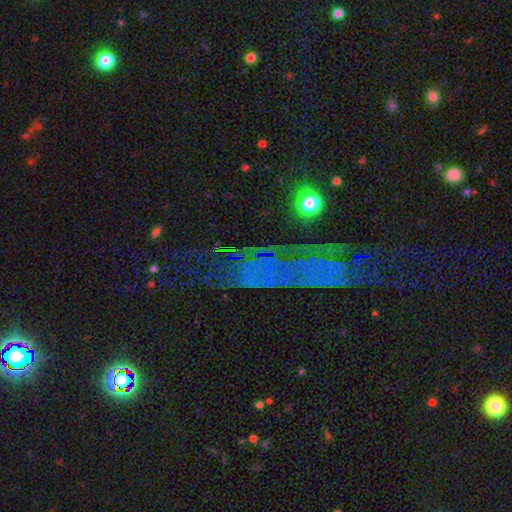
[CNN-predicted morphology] Smooth or featured? Predicted: star or artifact (p=0.70).